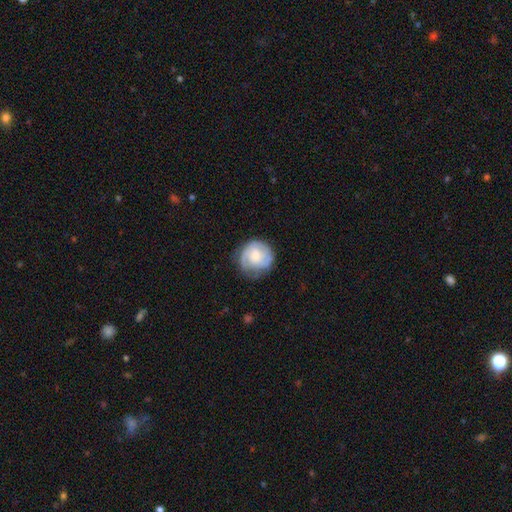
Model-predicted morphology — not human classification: smooth_or_featured: featured or disk (p=0.57) [alt: smooth p=0.37]
disk_edge_on: no (p=0.98) [alt: yes p=0.02]
bar: no (p=0.64) [alt: weak p=0.31]
has_spiral_arms: yes (p=0.84) [alt: no p=0.16]
bulge_size: moderate (p=0.46) [alt: small p=0.37]
merging: none (p=0.67) [alt: minor disturbance p=0.23]